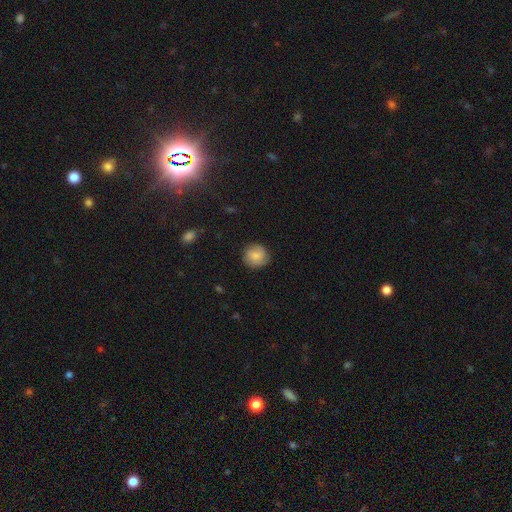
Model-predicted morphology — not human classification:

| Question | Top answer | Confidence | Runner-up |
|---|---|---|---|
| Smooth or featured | smooth | 80% | featured or disk (13%) |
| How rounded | round | 91% | in between (8%) |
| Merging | none | 84% | minor disturbance (12%) |